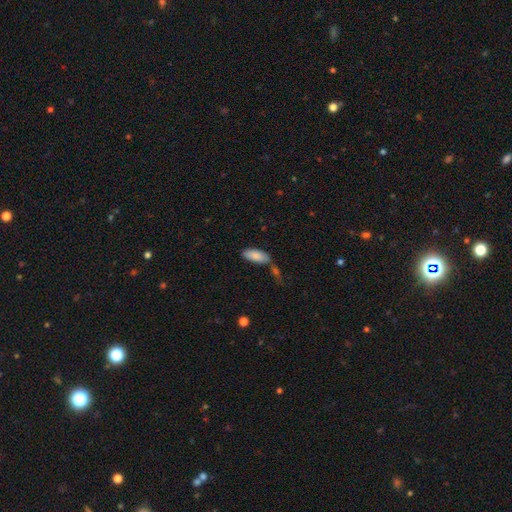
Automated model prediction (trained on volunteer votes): Smooth or featured: smooth — 86% (featured or disk — 7%)
How rounded: in between — 85% (cigar-shaped — 13%)
Merging: none — 60% (merger — 18%)